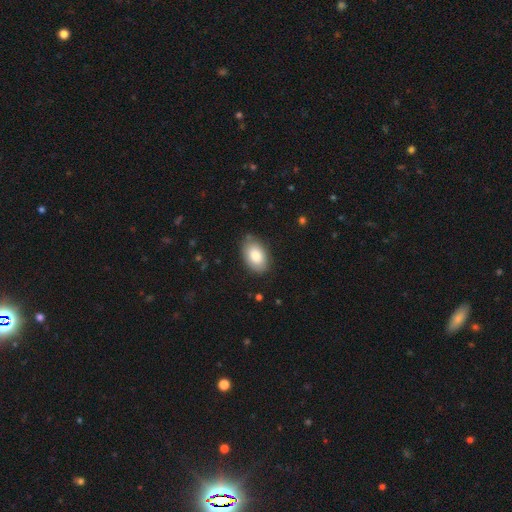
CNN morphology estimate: Overall: smooth (81%). How rounded: in between (90%). Merging: none (82%).